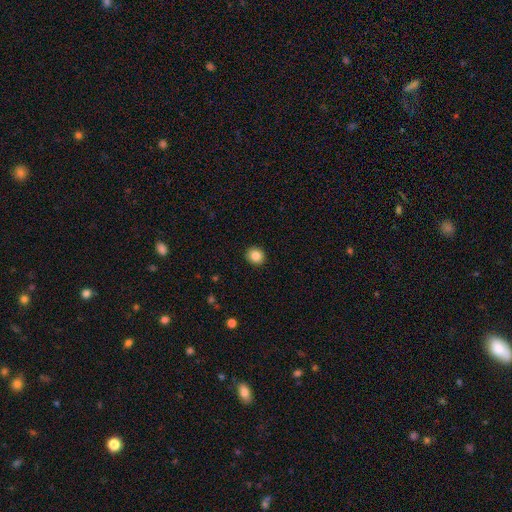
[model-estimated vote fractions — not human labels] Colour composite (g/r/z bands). It shows a smooth galaxy with no disk features (85%) that is round (79%). Merging: none (92%).